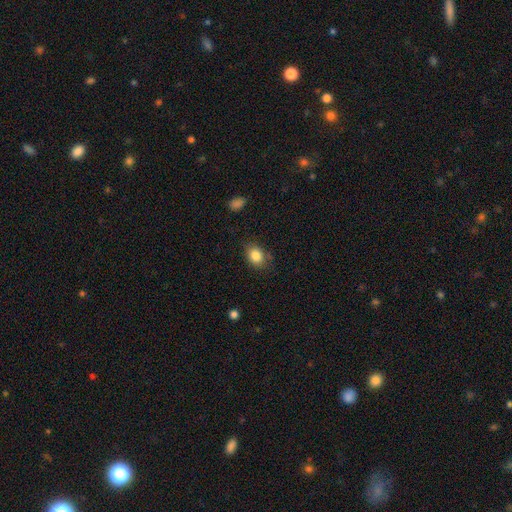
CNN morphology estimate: A smooth galaxy with no disk features (85%) that is in between round and cigar-shaped (64%).

Vote fractions:
- Smooth or featured? smooth: 85% / star or artifact: 9% / featured or disk: 6%
- How rounded? in between: 64% / round: 35% / cigar-shaped: 1%
- Merging? none: 77% / minor disturbance: 17% / major disturbance: 4% / merger: 2%